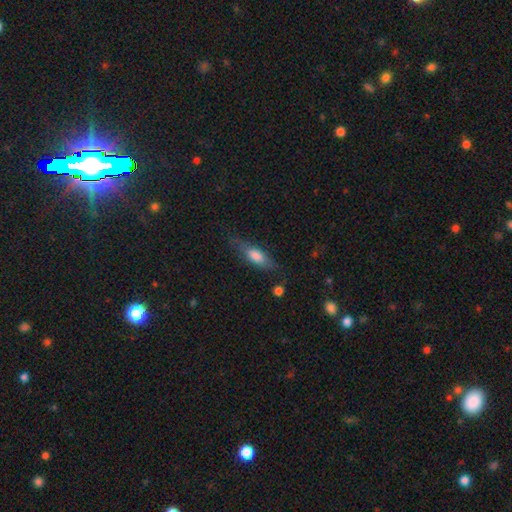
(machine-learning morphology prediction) A smooth galaxy with no disk features (65%) that is in between round and cigar-shaped (54%).

Vote fractions:
- Smooth or featured? smooth: 65% / featured or disk: 29% / star or artifact: 7%
- How rounded? in between: 54% / cigar-shaped: 43% / round: 3%
- Merging? none: 69% / minor disturbance: 21% / major disturbance: 8% / merger: 2%